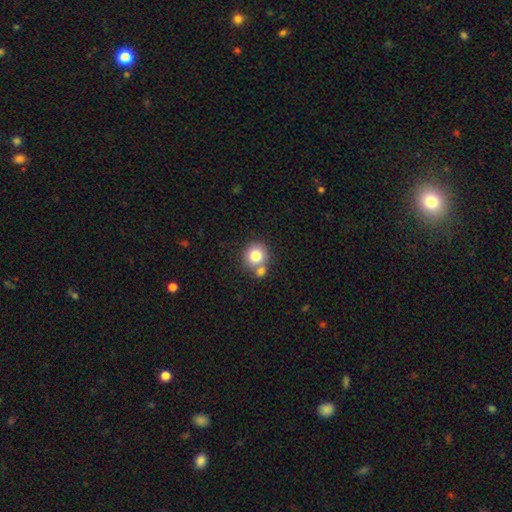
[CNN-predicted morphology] smooth-or-featured: smooth: 80% | featured or disk: 10% | star or artifact: 10%
  how-rounded: round: 87% | in between: 12% | cigar-shaped: 1%
  merging: none: 56% | merger: 32% | minor disturbance: 9% | major disturbance: 3%